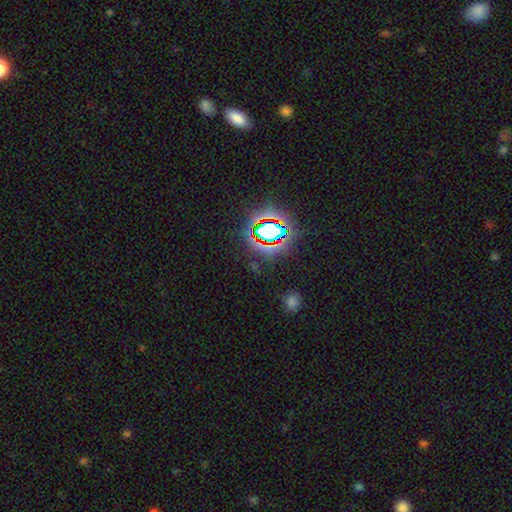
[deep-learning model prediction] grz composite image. It shows a star or artifact, not a galaxy (78%).